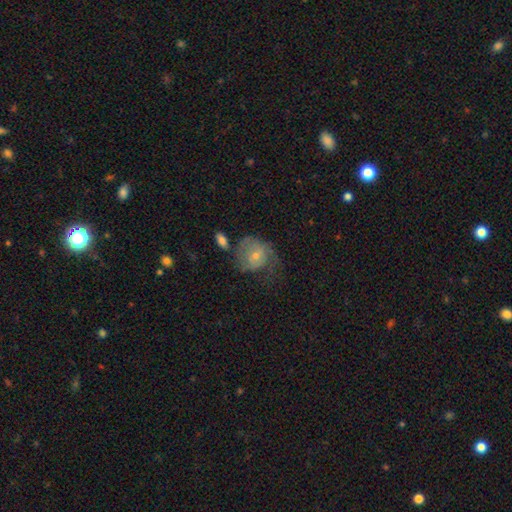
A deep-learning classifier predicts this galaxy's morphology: Smooth or featured? Predicted: featured or disk (p=0.51). Edge-on disk? Predicted: no (p=0.97). Merging? Predicted: none (p=0.41).